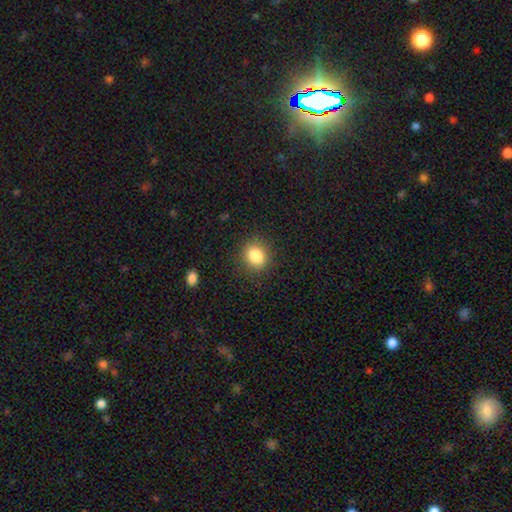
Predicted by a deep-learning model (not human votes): The model was most divided on "how rounded": round: 56%, in between: 43%, cigar-shaped: 1%. More confident: merging — none (86%); smooth or featured — smooth (85%).